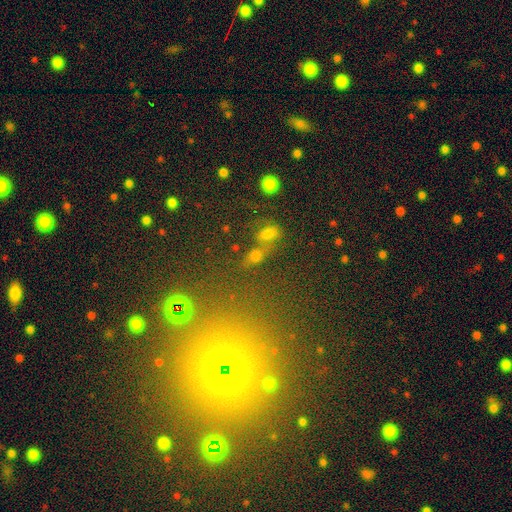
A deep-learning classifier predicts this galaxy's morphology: This appears to be a smooth galaxy with no disk features (59%) that is in between round and cigar-shaped (59%). Merging: merger (44%).